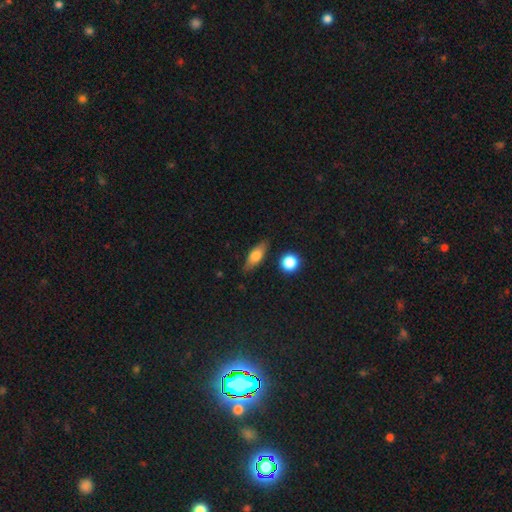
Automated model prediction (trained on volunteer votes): Smooth or featured? smooth (65%)
How rounded? in between (65%)
Merging? none (80%)